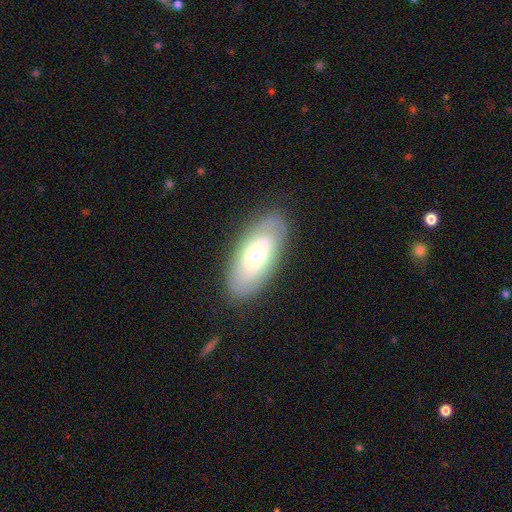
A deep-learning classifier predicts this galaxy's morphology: smooth_or_featured: smooth (p=0.47) [alt: featured or disk p=0.46]
merging: none (p=0.82) [alt: minor disturbance p=0.13]